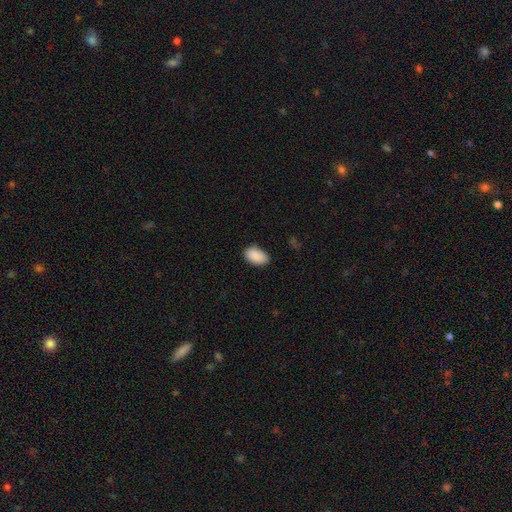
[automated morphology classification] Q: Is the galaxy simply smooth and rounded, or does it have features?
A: smooth — 90%.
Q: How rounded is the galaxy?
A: in between — 93%.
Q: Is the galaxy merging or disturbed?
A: none — 80%.